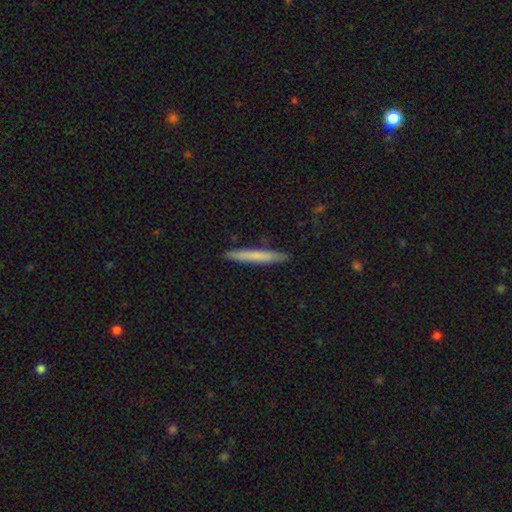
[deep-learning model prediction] smooth 69%, featured or disk 25%, star or artifact 6%. Down the decision tree: how rounded — cigar-shaped (96%); merging — none (90%).